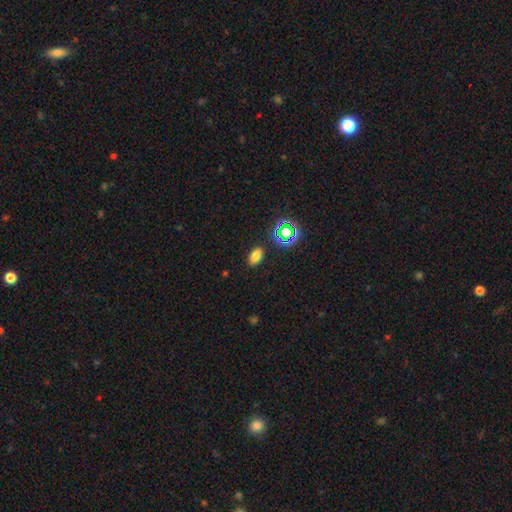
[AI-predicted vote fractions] Smooth or featured?
  - smooth: 74% *
  - star or artifact: 20%
  - featured or disk: 6%
How rounded?
  - in between: 88% *
  - round: 8%
  - cigar-shaped: 4%
Merging?
  - none: 87% *
  - minor disturbance: 9%
  - major disturbance: 3%
  - merger: 2%